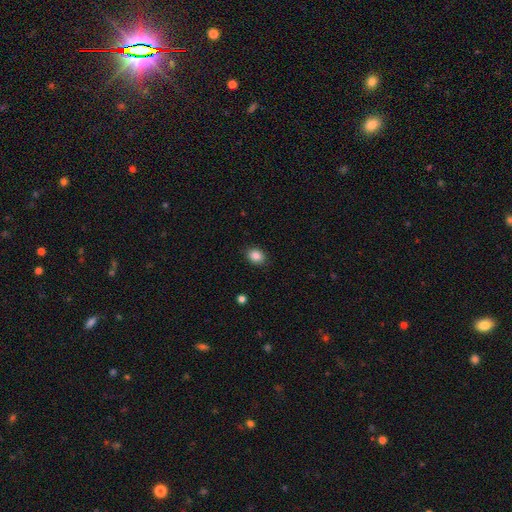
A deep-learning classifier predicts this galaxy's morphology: Overall: smooth (86%). How rounded: in between (50%; round 49%). Merging: none (89%).